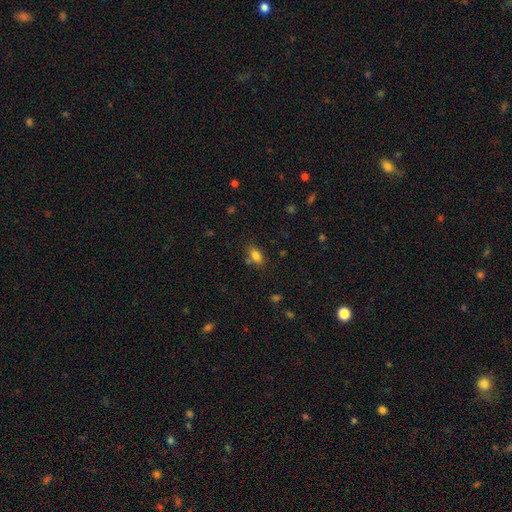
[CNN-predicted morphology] This appears to be a smooth galaxy with no disk features (81%) that is in between round and cigar-shaped (88%). Merging: none (71%).